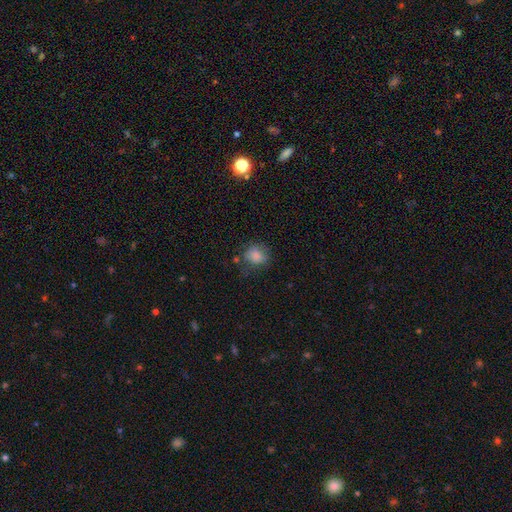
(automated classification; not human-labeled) smooth-or-featured: smooth: 82% | star or artifact: 10% | featured or disk: 8%
  how-rounded: round: 69% | in between: 30% | cigar-shaped: 1%
  merging: none: 59% | minor disturbance: 25% | major disturbance: 12% | merger: 4%